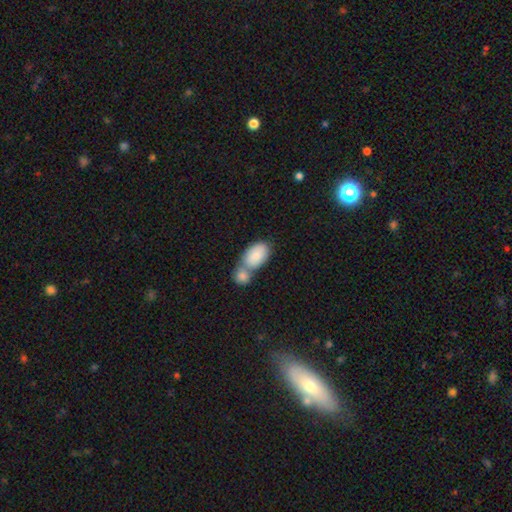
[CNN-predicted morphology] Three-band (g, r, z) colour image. It shows a smooth galaxy with no disk features (83%) that is in between round and cigar-shaped (91%). Merging: merger (62%).